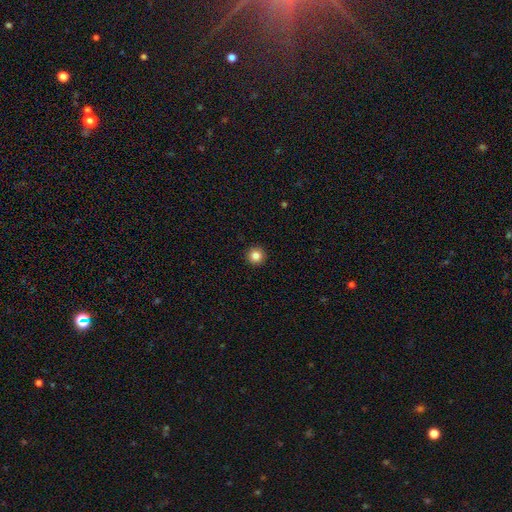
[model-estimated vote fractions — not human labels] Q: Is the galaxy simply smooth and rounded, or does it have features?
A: smooth — 84%.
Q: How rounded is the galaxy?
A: round — 96%.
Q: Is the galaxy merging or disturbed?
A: none — 94%.